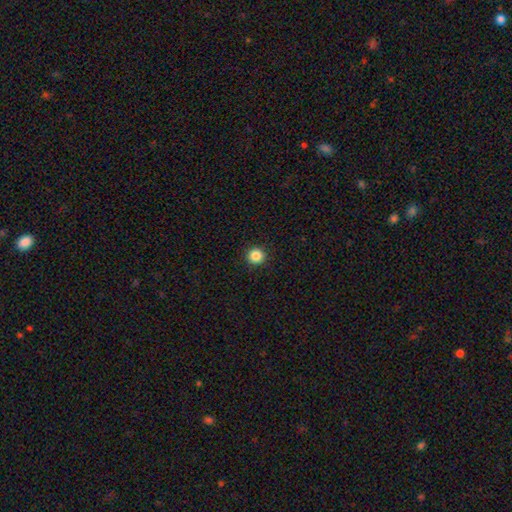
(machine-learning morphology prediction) Smooth or featured: smooth — 86% (star or artifact — 11%)
How rounded: round — 95% (in between — 4%)
Merging: none — 93% (minor disturbance — 4%)